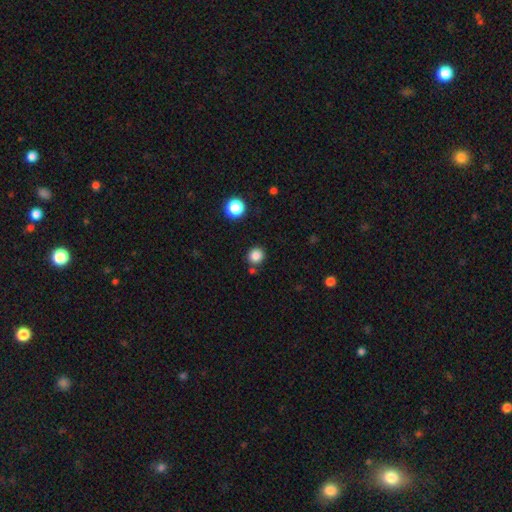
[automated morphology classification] This is clearly a smooth galaxy (85%). How rounded: clearly round (91%). Merging: clearly none (83%).